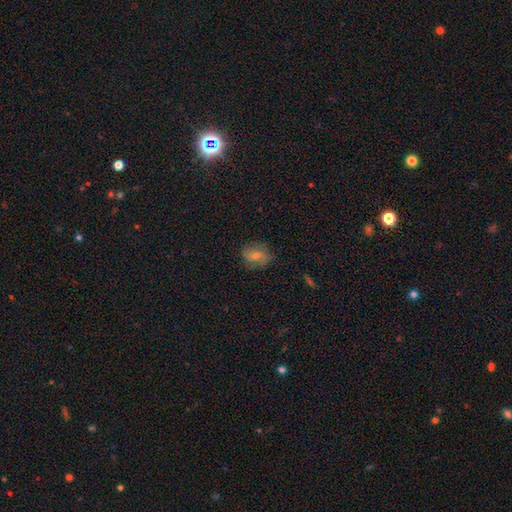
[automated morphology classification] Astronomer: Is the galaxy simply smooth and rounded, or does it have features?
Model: featured or disk — 52% (runner-up: smooth, 39%).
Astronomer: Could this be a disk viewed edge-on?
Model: no — 97%.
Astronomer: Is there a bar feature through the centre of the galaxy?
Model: weak — 44% (runner-up: no, 42%).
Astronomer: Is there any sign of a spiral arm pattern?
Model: yes — 87%.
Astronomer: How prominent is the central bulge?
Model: small — 45% (runner-up: moderate, 41%).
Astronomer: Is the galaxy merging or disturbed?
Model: none — 73%.